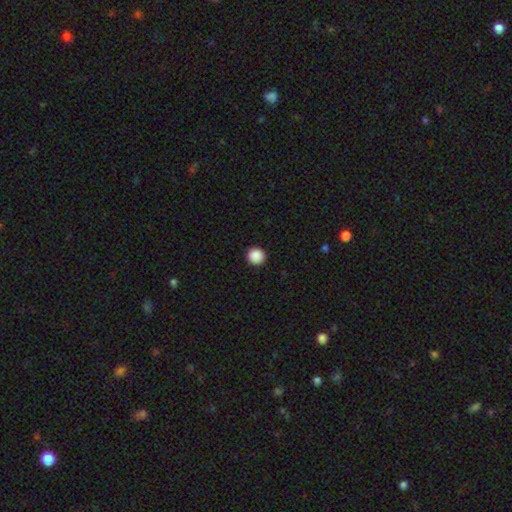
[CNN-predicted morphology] Q: Smooth or featured?
A: smooth (89%); runner-up: star or artifact (9%)
Q: How rounded?
A: round (95%); runner-up: in between (4%)
Q: Merging?
A: none (93%); runner-up: minor disturbance (4%)